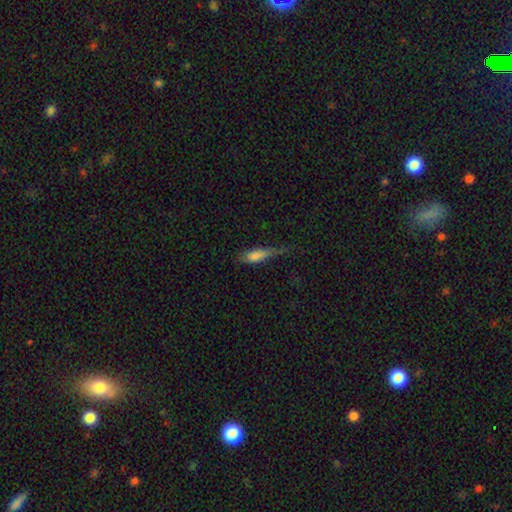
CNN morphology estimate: The model was most divided on "merging": minor disturbance: 38%, none: 33%, major disturbance: 26%, merger: 3%. More confident: smooth or featured — smooth (73%); how rounded — cigar-shaped (52%).